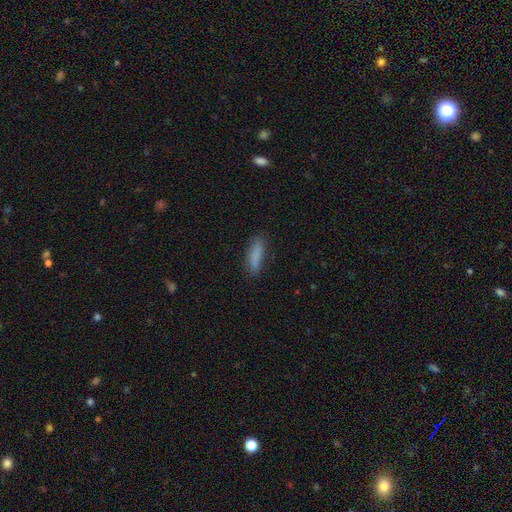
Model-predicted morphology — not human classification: This appears to be a smooth galaxy with no disk features (84%) that is cigar-shaped (64%). Merging: none (78%).